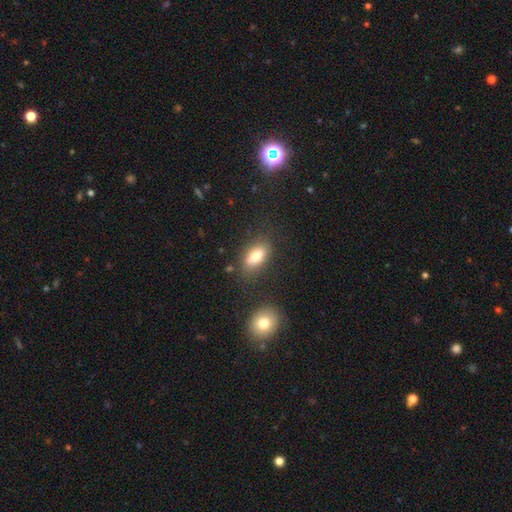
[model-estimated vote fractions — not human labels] smooth_or_featured: smooth (p=0.75) [alt: featured or disk p=0.16]
how_rounded: in between (p=0.86) [alt: round p=0.07]
merging: none (p=0.76) [alt: minor disturbance p=0.14]